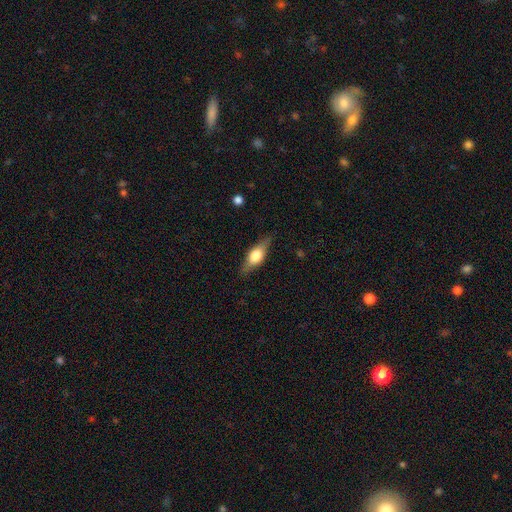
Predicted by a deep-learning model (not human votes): smooth_or_featured: smooth (p=0.47) [alt: featured or disk p=0.46]
merging: none (p=0.82) [alt: minor disturbance p=0.13]